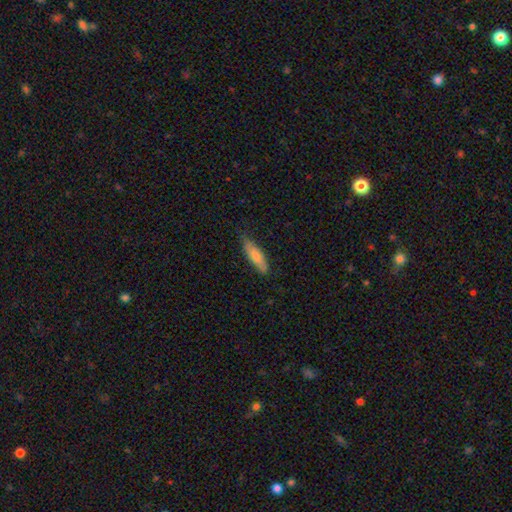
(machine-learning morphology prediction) The model was most divided on "how rounded": cigar-shaped: 64%, in between: 34%, round: 2%. More confident: merging — none (77%); smooth or featured — smooth (69%).